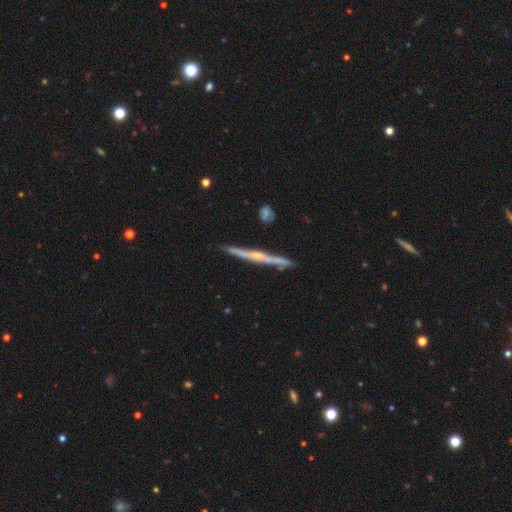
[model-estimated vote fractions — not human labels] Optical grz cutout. It shows a featured or disk galaxy (77%) viewed edge-on (97%) with a rounded central bulge (63%). Merging: none (86%).